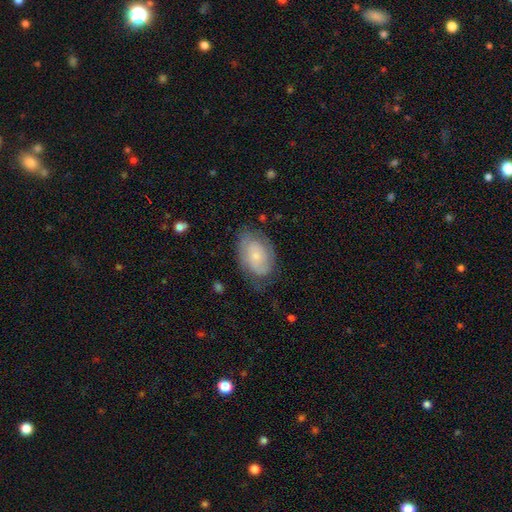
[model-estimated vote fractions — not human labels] Morphology: type=featured or disk (48%); merging=none (62%).